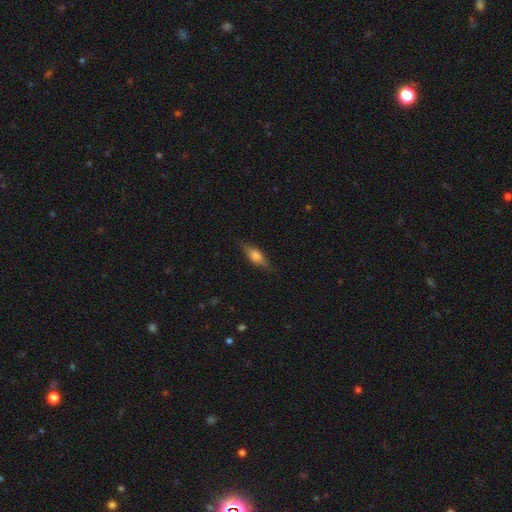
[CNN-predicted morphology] A smooth galaxy with no disk features (55%) that is in between round and cigar-shaped (60%). Merging: none (82%).